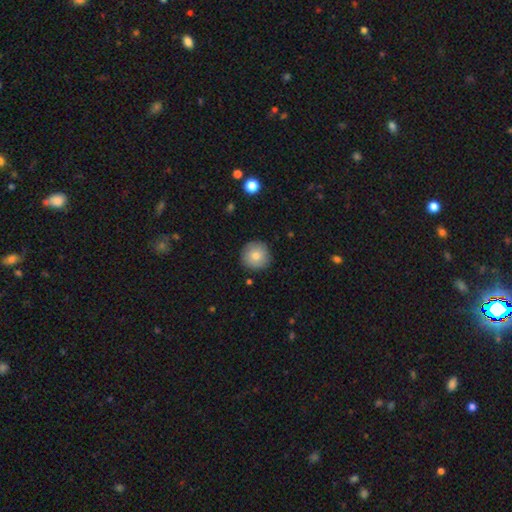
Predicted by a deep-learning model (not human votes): This appears to be a smooth galaxy with no disk features (79%) that is round (96%). Merging: none (90%).